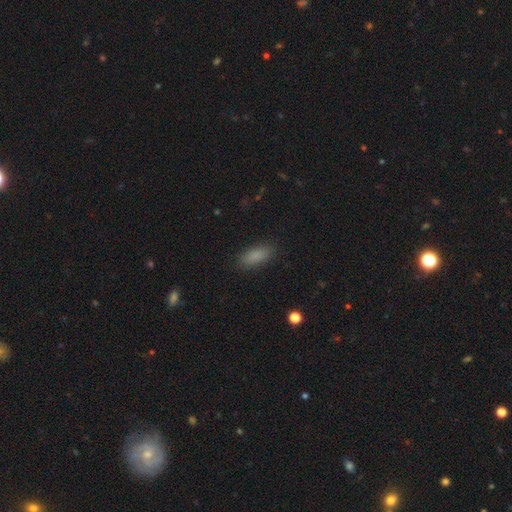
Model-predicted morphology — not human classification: Overall: smooth (86%). How rounded: in between (75%). Merging: none (87%).